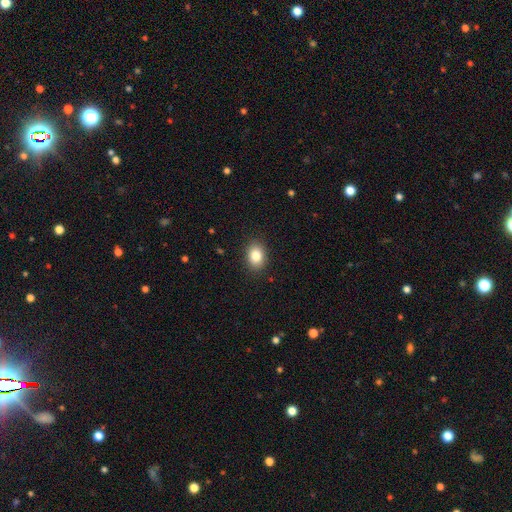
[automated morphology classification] Smooth or featured?
  - smooth: 84% *
  - star or artifact: 9%
  - featured or disk: 7%
How rounded?
  - in between: 70% *
  - round: 29%
  - cigar-shaped: 1%
Merging?
  - none: 88% *
  - minor disturbance: 8%
  - major disturbance: 2%
  - merger: 1%